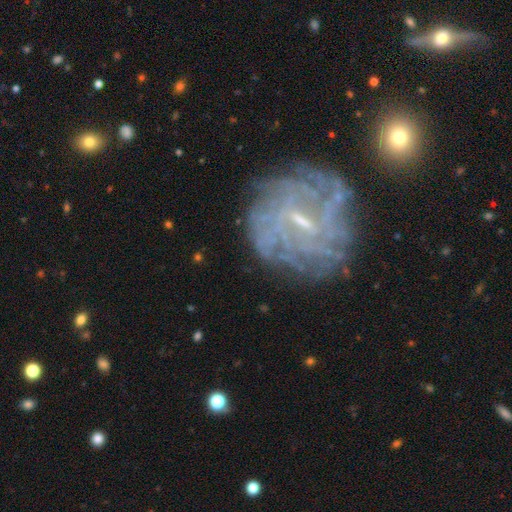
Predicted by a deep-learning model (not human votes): Smooth or featured?
  - featured or disk: 78% *
  - smooth: 11%
  - star or artifact: 10%
Edge-on disk?
  - no: 96% *
  - yes: 4%
Bar?
  - weak: 57% *
  - strong: 25%
  - no: 18%
Spiral arms?
  - yes: 78% *
  - no: 22%
Spiral winding?
  - tight: 63% *
  - medium: 25%
  - loose: 12%
Spiral arm count?
  - can't tell: 54% *
  - more than 4: 13%
  - 4: 12%
  - 2: 8%
  - 3: 8%
  - 1: 5%
Bulge size?
  - small: 55% *
  - moderate: 26%
  - none: 16%
  - large: 2%
  - dominant: 1%
Merging?
  - none: 70% *
  - minor disturbance: 15%
  - major disturbance: 11%
  - merger: 4%